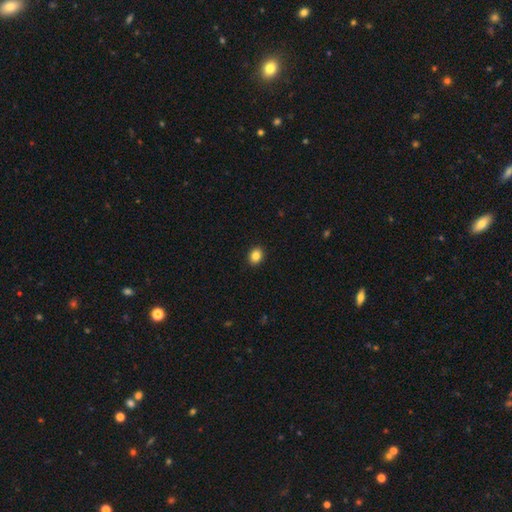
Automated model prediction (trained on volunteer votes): smooth-or-featured: smooth: 85% | star or artifact: 9% | featured or disk: 6%
  how-rounded: in between: 55% | round: 44% | cigar-shaped: 1%
  merging: none: 91% | minor disturbance: 6% | major disturbance: 2% | merger: 1%